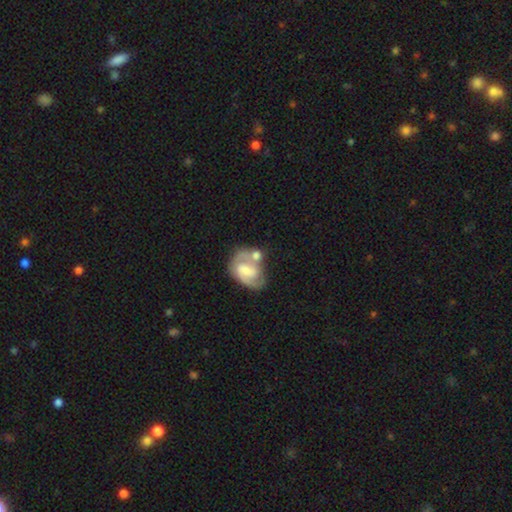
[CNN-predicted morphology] The model was most divided on "merging" (2-way tie): none: 36%, merger: 36%, minor disturbance: 17%, major disturbance: 11%. Remaining: edge-on disk — no (97%); spiral arms — yes (82%); spiral arm count — 2 (70%); smooth or featured — featured or disk (67%); bar — weak (47%); spiral winding — medium (46%); bulge size — small (39%).